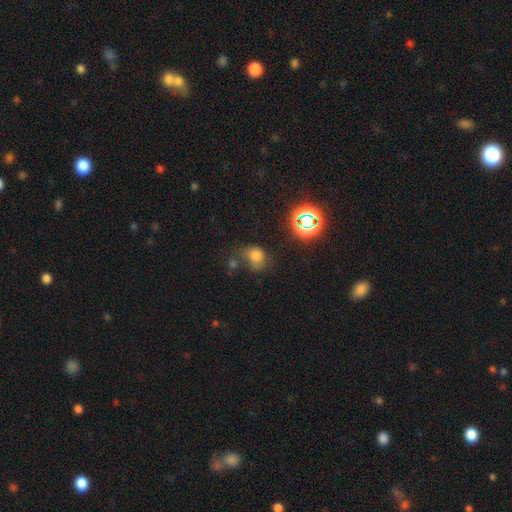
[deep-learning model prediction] Q: Smooth or featured?
A: smooth (70%); runner-up: star or artifact (21%)
Q: How rounded?
A: round (61%); runner-up: in between (38%)
Q: Merging?
A: none (50%); runner-up: minor disturbance (25%)